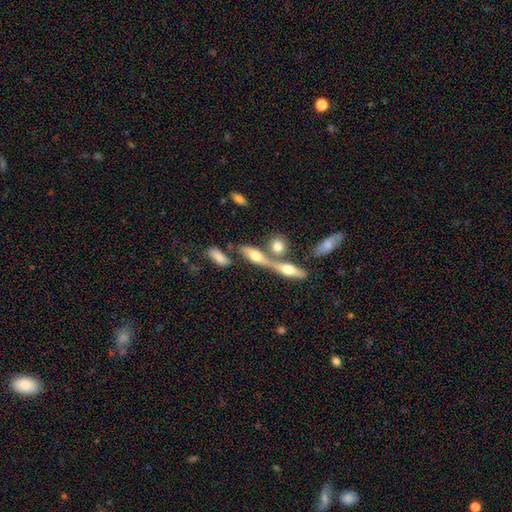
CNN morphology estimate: The model was most divided on "merging" (2-way tie): none: 41%, merger: 41%, minor disturbance: 12%, major disturbance: 6%. Remaining: smooth or featured — smooth (50%).